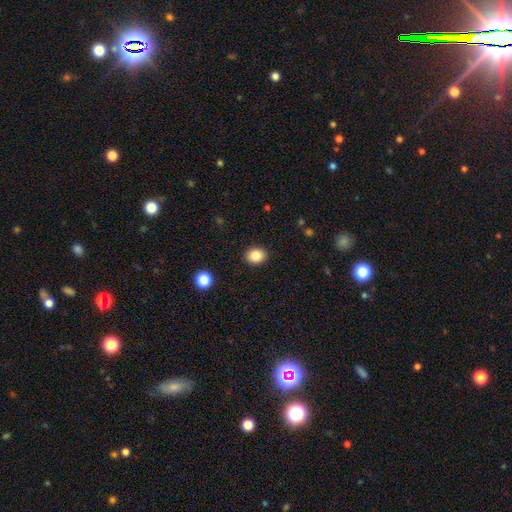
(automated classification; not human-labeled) Smooth or featured: smooth — 85% (star or artifact — 10%)
How rounded: round — 50% (in between — 49%)
Merging: none — 90% (minor disturbance — 7%)